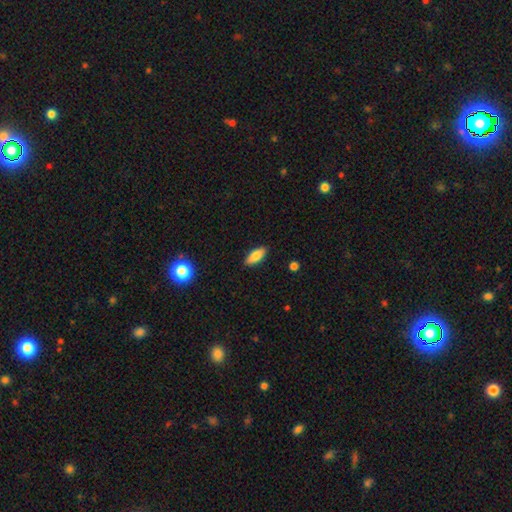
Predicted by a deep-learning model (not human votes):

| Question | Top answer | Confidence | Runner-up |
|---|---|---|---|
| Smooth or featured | smooth | 80% | featured or disk (14%) |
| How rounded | in between | 78% | cigar-shaped (20%) |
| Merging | none | 88% | minor disturbance (9%) |